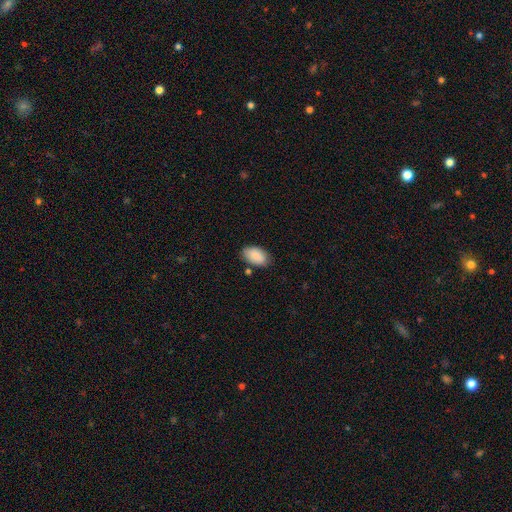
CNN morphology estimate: Q: Smooth or featured?
A: smooth (88%); runner-up: star or artifact (6%)
Q: How rounded?
A: in between (94%); runner-up: round (5%)
Q: Merging?
A: none (79%); runner-up: minor disturbance (15%)